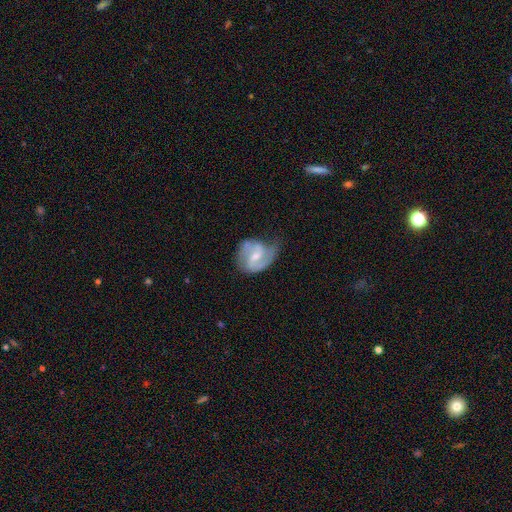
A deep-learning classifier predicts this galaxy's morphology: Smooth or featured? Predicted: featured or disk (p=0.75). Edge-on disk? Predicted: no (p=0.98). Bar? Predicted: weak (p=0.57). Spiral arms? Predicted: yes (p=0.91). Spiral winding? Predicted: medium (p=0.50). Spiral arm count? Predicted: 2 (p=0.78). Bulge size? Predicted: moderate (p=0.48). Merging? Predicted: none (p=0.49).